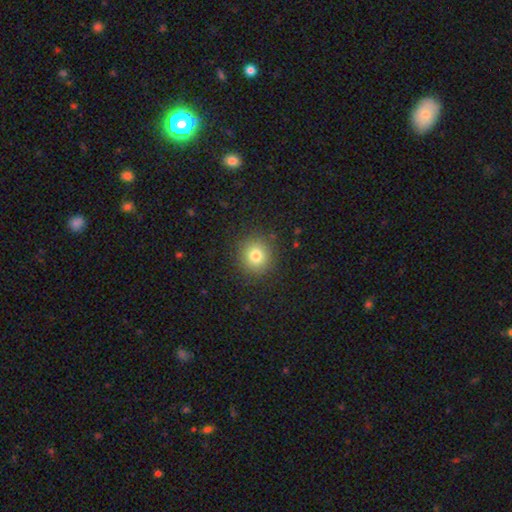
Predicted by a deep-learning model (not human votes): Smooth or featured?
  - smooth: 79% *
  - star or artifact: 12%
  - featured or disk: 8%
How rounded?
  - round: 89% *
  - in between: 10%
  - cigar-shaped: 1%
Merging?
  - none: 89% *
  - minor disturbance: 7%
  - major disturbance: 3%
  - merger: 1%